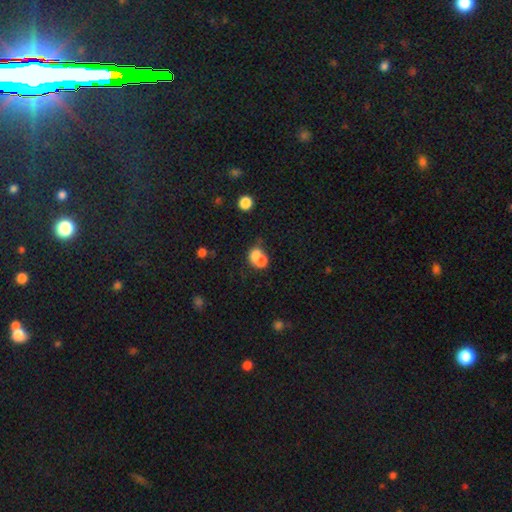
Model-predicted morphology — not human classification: smooth_or_featured: smooth (p=0.70) [alt: featured or disk p=0.19]
how_rounded: round (p=0.59) [alt: in between p=0.40]
merging: merger (p=0.66) [alt: none p=0.24]